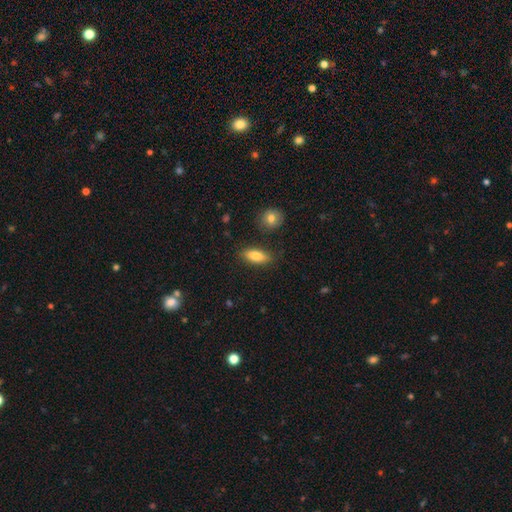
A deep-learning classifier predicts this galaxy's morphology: smooth 82%, featured or disk 11%, star or artifact 7%. Down the decision tree: how rounded — in between (80%); merging — none (81%).